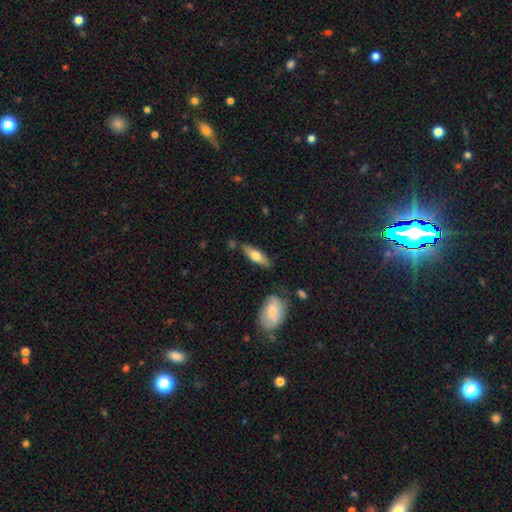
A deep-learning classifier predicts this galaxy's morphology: Smooth or featured: smooth — 63% (featured or disk — 31%)
How rounded: in between — 59% (cigar-shaped — 39%)
Merging: none — 75% (minor disturbance — 16%)